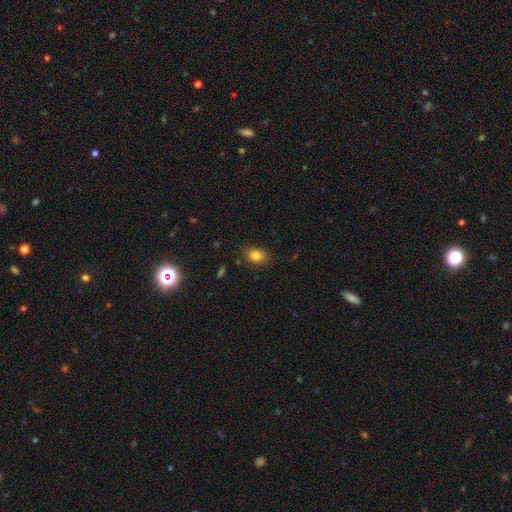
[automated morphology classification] Smooth or featured?
  - smooth: 82% *
  - star or artifact: 10%
  - featured or disk: 8%
How rounded?
  - in between: 69% *
  - round: 30%
  - cigar-shaped: 1%
Merging?
  - none: 82% *
  - minor disturbance: 14%
  - major disturbance: 3%
  - merger: 1%